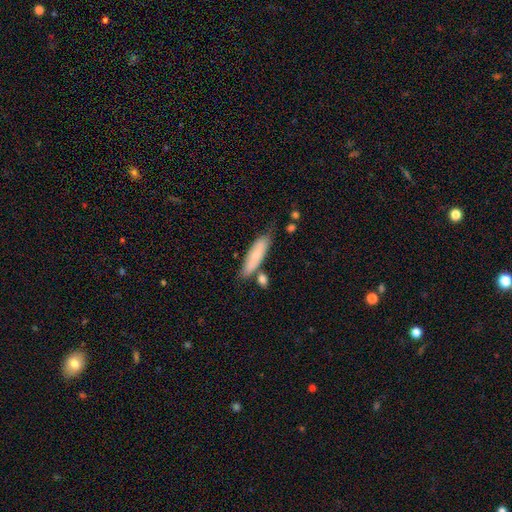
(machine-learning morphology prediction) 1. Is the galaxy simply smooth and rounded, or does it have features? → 72% smooth, 22% featured or disk, 6% star or artifact.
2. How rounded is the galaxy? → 65% cigar-shaped, 33% in between, 2% round.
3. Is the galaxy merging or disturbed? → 68% none, 19% minor disturbance, 10% merger, 4% major disturbance.